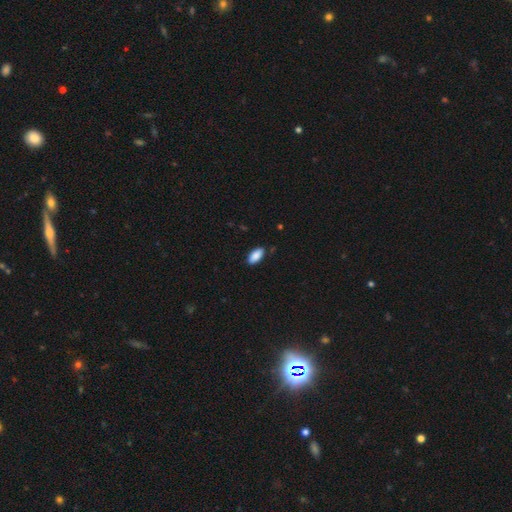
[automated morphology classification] A smooth galaxy with no disk features (89%) that is in between round and cigar-shaped (90%).

Vote fractions:
- Smooth or featured? smooth: 89% / star or artifact: 6% / featured or disk: 4%
- How rounded? in between: 90% / cigar-shaped: 8% / round: 2%
- Merging? none: 85% / minor disturbance: 12% / major disturbance: 2% / merger: 1%